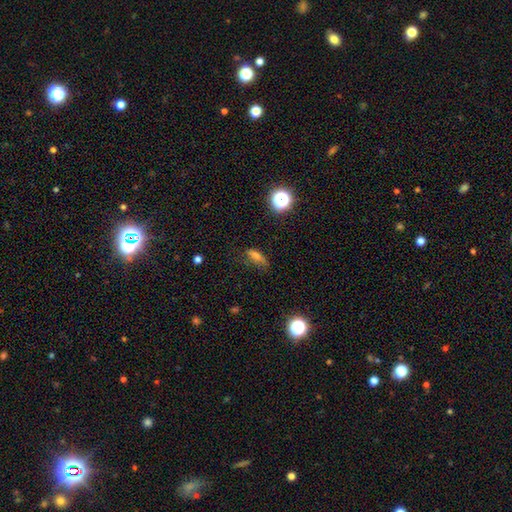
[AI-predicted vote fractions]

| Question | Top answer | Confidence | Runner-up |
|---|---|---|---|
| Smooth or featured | smooth | 63% | star or artifact (19%) |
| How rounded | in between | 59% | cigar-shaped (32%) |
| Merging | none | 62% | minor disturbance (25%) |